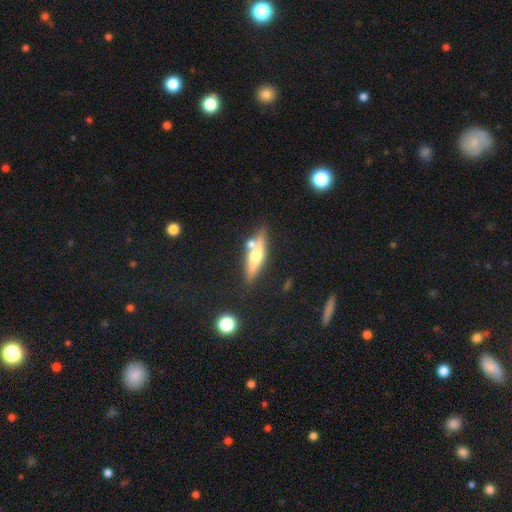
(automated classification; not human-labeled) Smooth or featured?
  - featured or disk: 54% *
  - smooth: 38%
  - star or artifact: 7%
Edge-on disk?
  - yes: 88% *
  - no: 12%
Merging?
  - none: 66% *
  - merger: 17%
  - minor disturbance: 13%
  - major disturbance: 4%